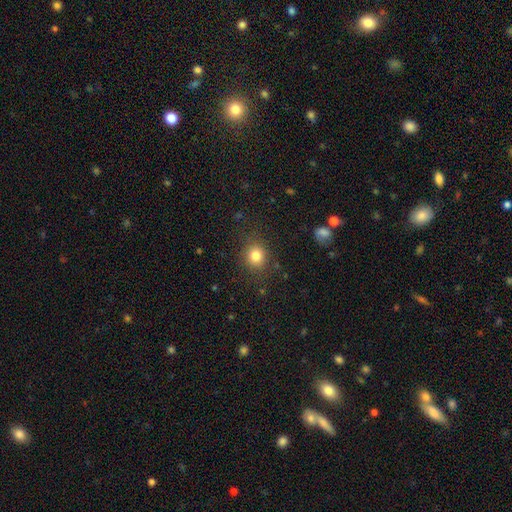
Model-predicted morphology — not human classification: smooth-or-featured: smooth: 82% | star or artifact: 12% | featured or disk: 6%
  how-rounded: round: 79% | in between: 20% | cigar-shaped: 1%
  merging: none: 83% | minor disturbance: 11% | major disturbance: 4% | merger: 2%